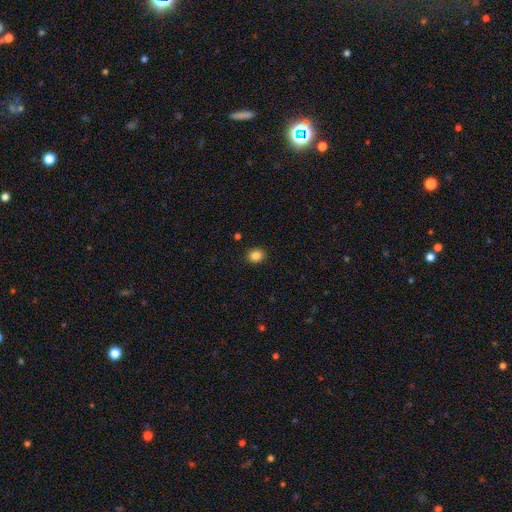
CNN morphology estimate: Overall: smooth (86%). How rounded: round (63%; in between 36%). Merging: none (91%).